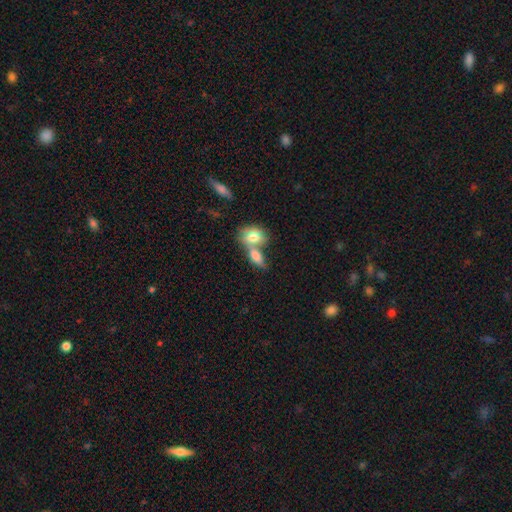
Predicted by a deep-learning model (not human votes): Smooth or featured?
  - smooth: 76% *
  - featured or disk: 17%
  - star or artifact: 8%
How rounded?
  - in between: 81% *
  - round: 11%
  - cigar-shaped: 8%
Merging?
  - merger: 60% *
  - none: 27%
  - minor disturbance: 9%
  - major disturbance: 5%